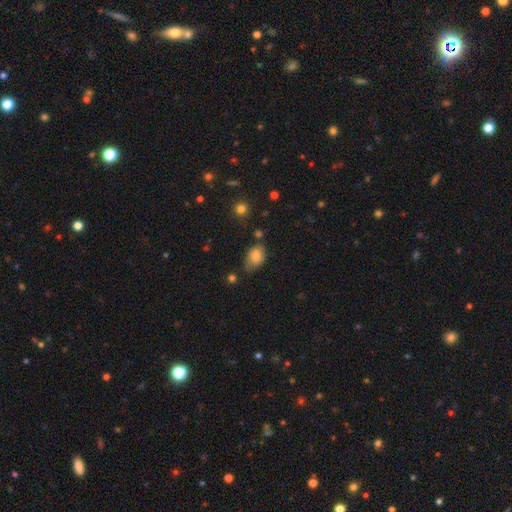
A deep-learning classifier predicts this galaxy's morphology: smooth_or_featured: smooth (p=0.81) [alt: star or artifact p=0.09]
how_rounded: in between (p=0.79) [alt: round p=0.20]
merging: none (p=0.55) [alt: minor disturbance p=0.32]